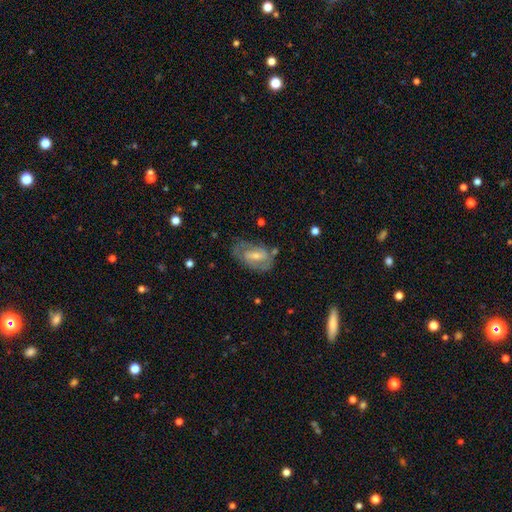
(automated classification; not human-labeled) featured or disk 68%, smooth 24%, star or artifact 8%. Down the decision tree: edge-on disk — no (93%); bar — weak (48%); spiral arms — yes (75%); bulge size — small (48%); merging — none (64%).